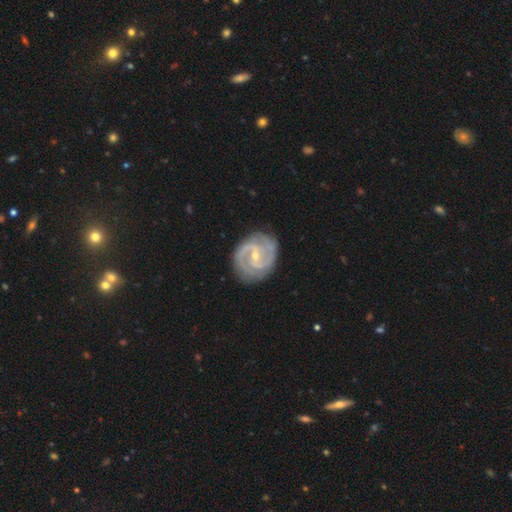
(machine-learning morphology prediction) This appears to be a featured or disk galaxy (92%) with a weak bar (46%), 2 (81%) tight (47%) spiral arms (98%) and a small central bulge (66%). Merging: none (82%).